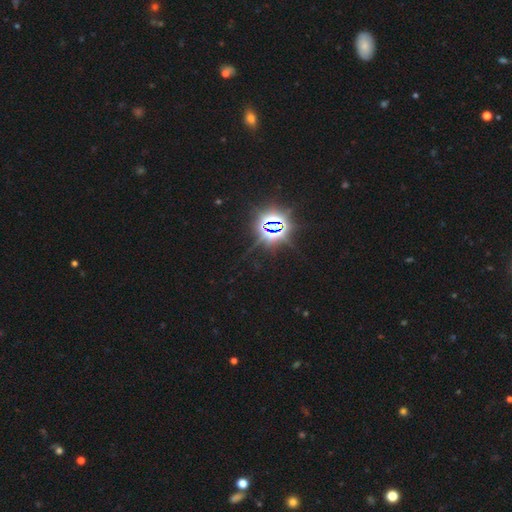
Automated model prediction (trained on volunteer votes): Q: Smooth or featured?
A: star or artifact (83%); runner-up: smooth (11%)